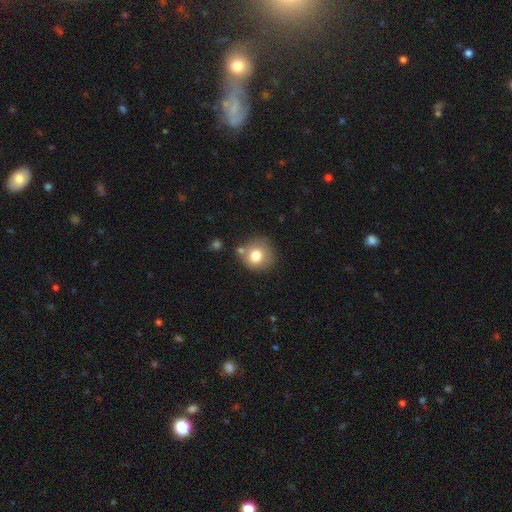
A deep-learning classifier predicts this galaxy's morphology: Smooth or featured: smooth — 76% (featured or disk — 14%)
How rounded: round — 88% (in between — 11%)
Merging: none — 70% (minor disturbance — 15%)